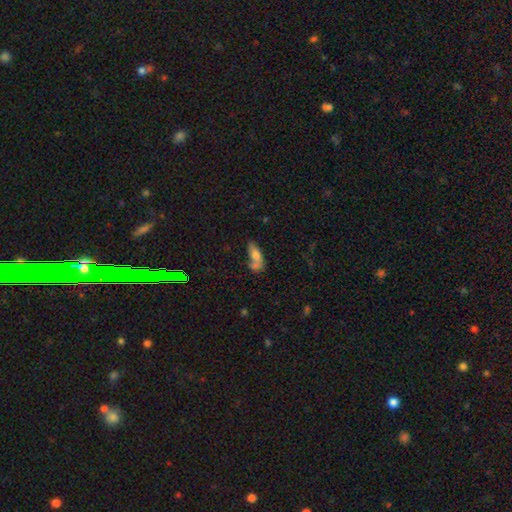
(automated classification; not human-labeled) This appears to be a smooth galaxy with no disk features (68%) that is in between round and cigar-shaped (73%). Merging: merger (35%).